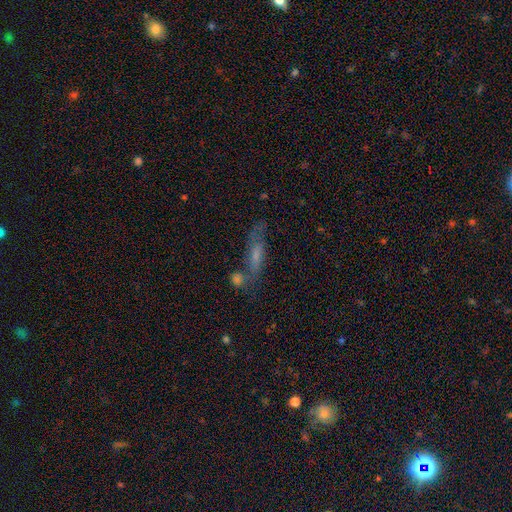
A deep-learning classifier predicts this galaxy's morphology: Overall: featured or disk (45%; smooth 39%). Merging: none (54%; merger 19%).